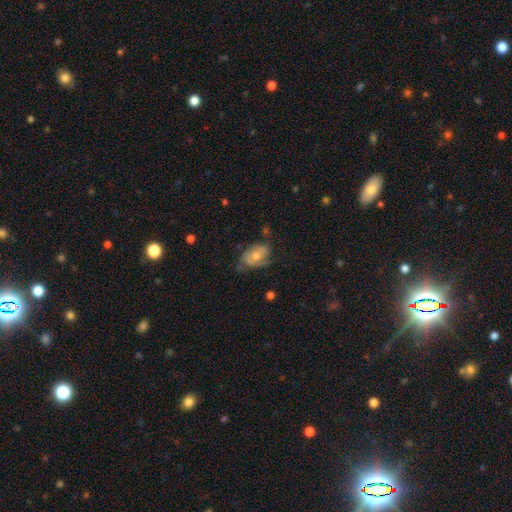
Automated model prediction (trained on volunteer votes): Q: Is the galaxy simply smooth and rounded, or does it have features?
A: smooth — 47%.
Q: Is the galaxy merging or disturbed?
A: none — 49%.